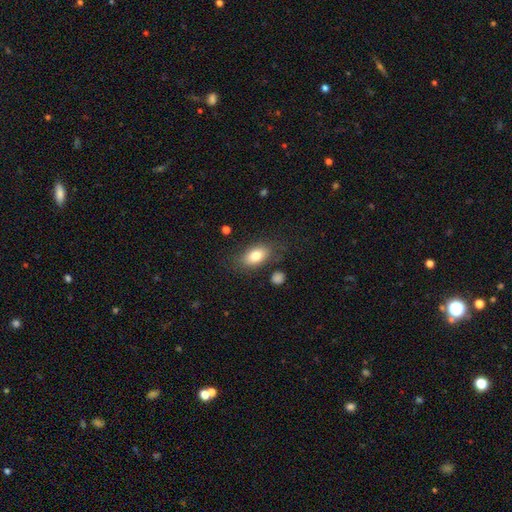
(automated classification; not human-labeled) Smooth or featured: smooth — 80% (featured or disk — 12%)
How rounded: in between — 88% (round — 8%)
Merging: none — 76% (minor disturbance — 15%)